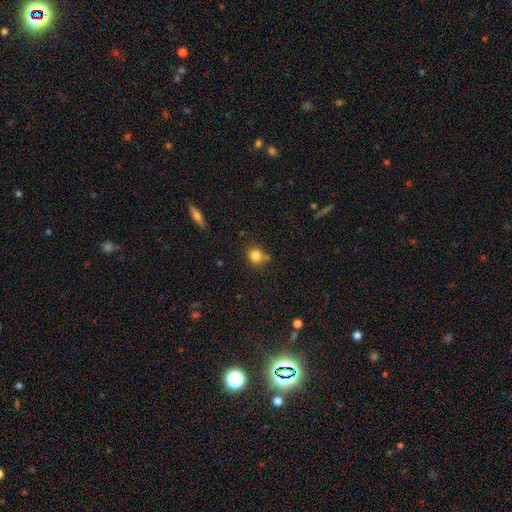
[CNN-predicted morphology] Q: Smooth or featured?
A: smooth (81%); runner-up: star or artifact (11%)
Q: How rounded?
A: round (87%); runner-up: in between (12%)
Q: Merging?
A: none (68%); runner-up: merger (17%)